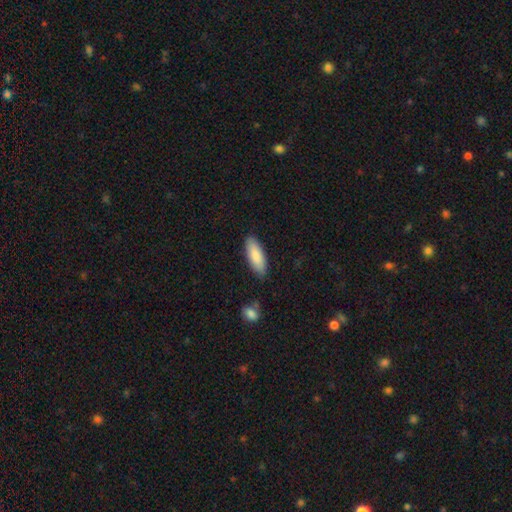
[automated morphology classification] Smooth or featured? Predicted: smooth (p=0.86). How rounded? Predicted: in between (p=0.70). Merging? Predicted: none (p=0.85).